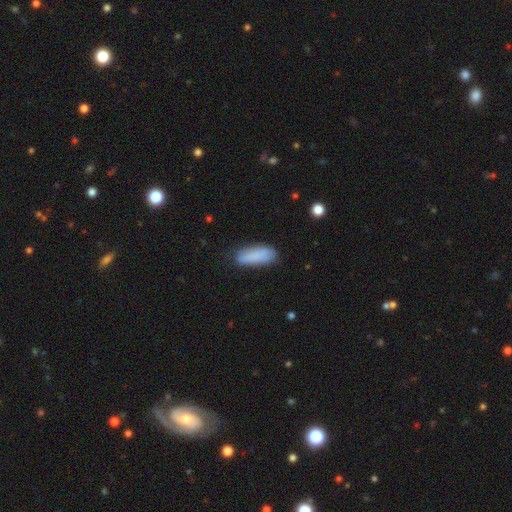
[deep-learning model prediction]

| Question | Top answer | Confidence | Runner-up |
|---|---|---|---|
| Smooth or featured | smooth | 83% | featured or disk (10%) |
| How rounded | in between | 63% | cigar-shaped (35%) |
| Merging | none | 73% | minor disturbance (20%) |